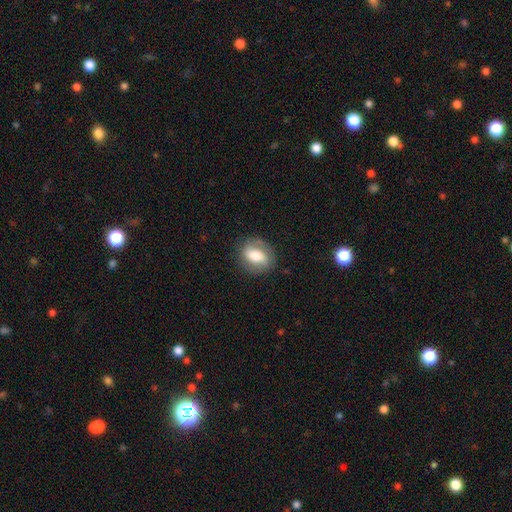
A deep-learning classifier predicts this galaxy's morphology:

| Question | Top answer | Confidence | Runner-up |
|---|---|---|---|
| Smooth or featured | featured or disk | 47% | smooth (45%) |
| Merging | none | 80% | minor disturbance (13%) |